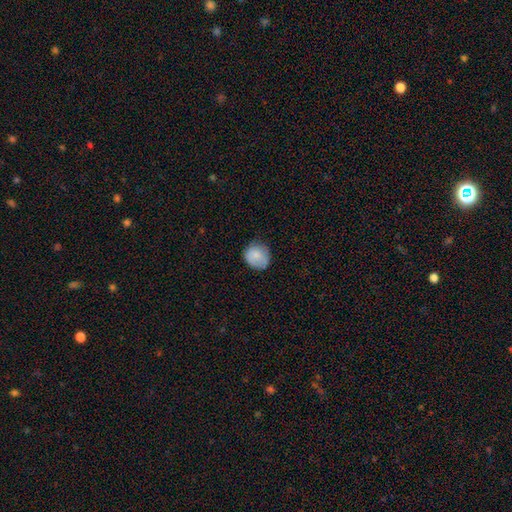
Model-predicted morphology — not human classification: smooth-or-featured: smooth: 83% | featured or disk: 10% | star or artifact: 7%
  how-rounded: round: 83% | in between: 16% | cigar-shaped: 1%
  merging: none: 70% | minor disturbance: 23% | major disturbance: 5% | merger: 1%